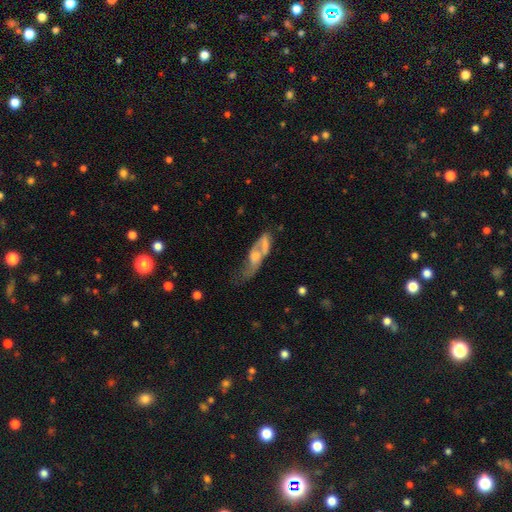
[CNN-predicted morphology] smooth-or-featured: featured or disk: 55% | smooth: 35% | star or artifact: 10%
  disk-edge-on: no: 73% | yes: 27%
  merging: merger: 28% (tied) | none: 28% (tied) | major disturbance: 26% | minor disturbance: 18%